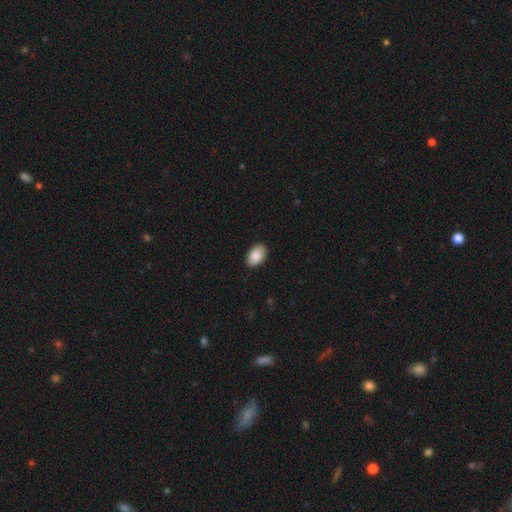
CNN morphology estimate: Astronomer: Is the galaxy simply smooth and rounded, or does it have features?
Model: smooth — 88%.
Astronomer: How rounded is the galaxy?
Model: in between — 93%.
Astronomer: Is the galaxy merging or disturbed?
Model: none — 89%.